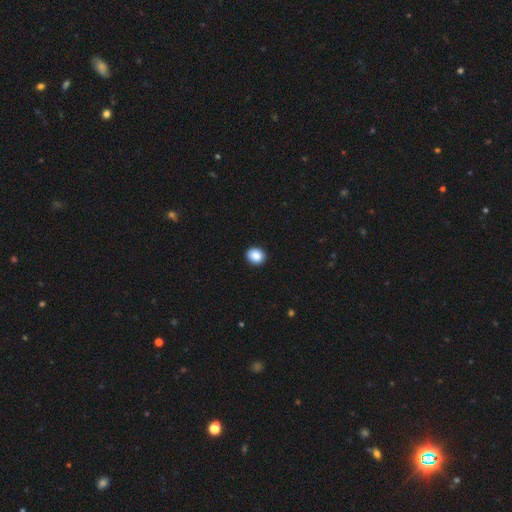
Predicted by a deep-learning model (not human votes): This appears to be a smooth galaxy with no disk features (88%) that is round (73%). Merging: none (93%).